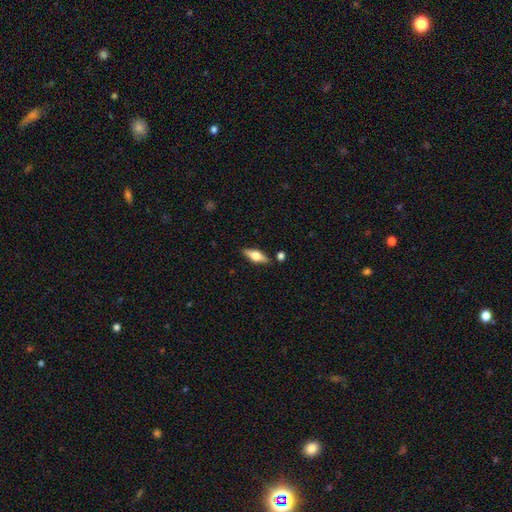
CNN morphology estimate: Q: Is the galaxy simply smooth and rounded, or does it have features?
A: smooth — 48%.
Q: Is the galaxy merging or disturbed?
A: none — 84%.